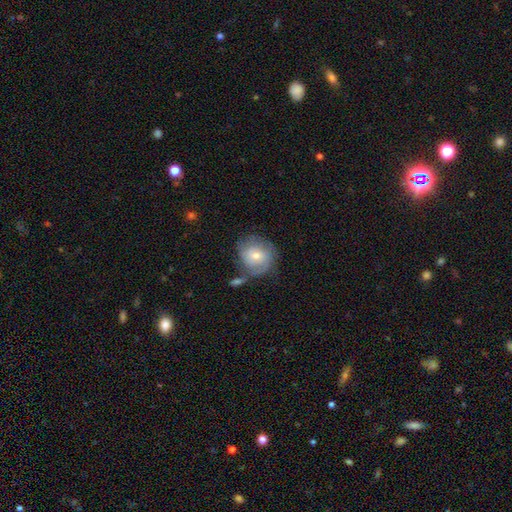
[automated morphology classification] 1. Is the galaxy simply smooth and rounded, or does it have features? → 49% featured or disk, 44% smooth, 7% star or artifact.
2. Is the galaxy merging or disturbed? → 53% none, 22% minor disturbance, 13% merger, 13% major disturbance.